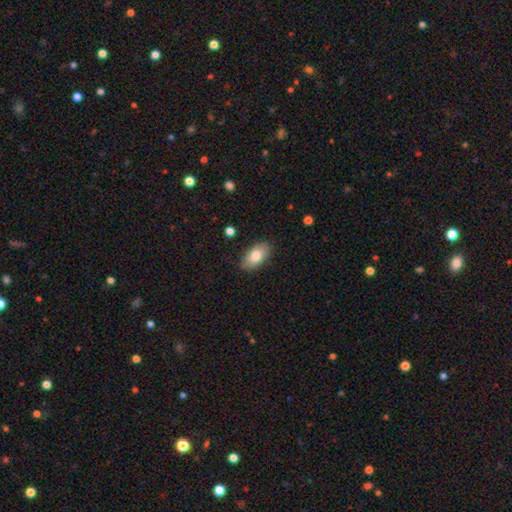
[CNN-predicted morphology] Smooth or featured: smooth — 82% (featured or disk — 12%)
How rounded: in between — 93% (round — 4%)
Merging: none — 85% (minor disturbance — 11%)